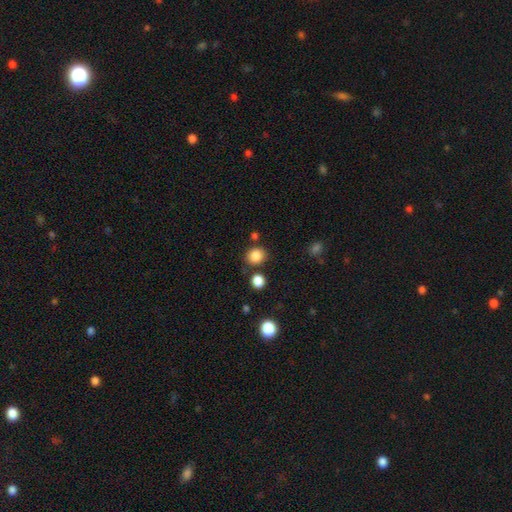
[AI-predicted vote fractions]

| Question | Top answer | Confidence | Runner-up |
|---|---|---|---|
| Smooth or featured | smooth | 85% | star or artifact (11%) |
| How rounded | round | 78% | in between (21%) |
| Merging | none | 80% | minor disturbance (9%) |